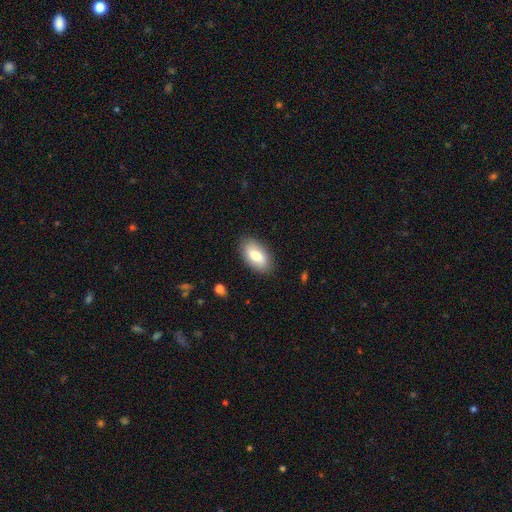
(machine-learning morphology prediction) Q: Smooth or featured?
A: smooth (77%); runner-up: featured or disk (17%)
Q: How rounded?
A: in between (94%); runner-up: round (3%)
Q: Merging?
A: none (87%); runner-up: minor disturbance (10%)